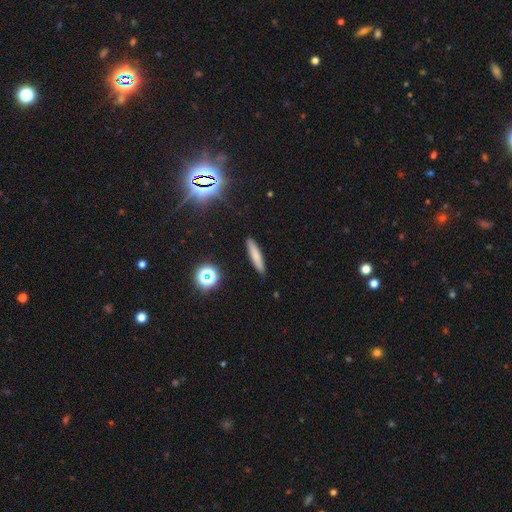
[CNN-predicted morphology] Smooth or featured? smooth (76%)
How rounded? cigar-shaped (88%)
Merging? none (90%)